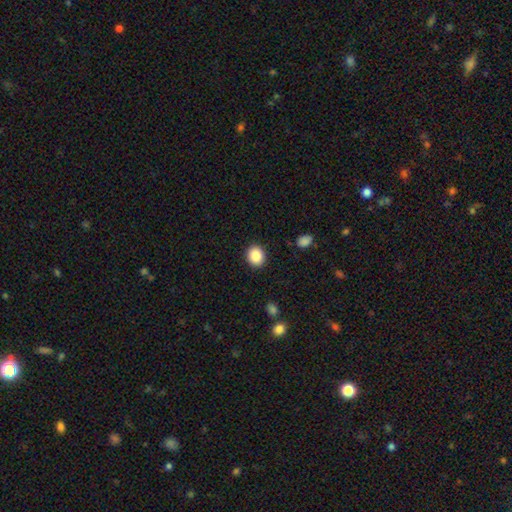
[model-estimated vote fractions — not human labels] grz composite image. It shows a smooth galaxy with no disk features (88%) that is round (63%). Merging: none (90%).